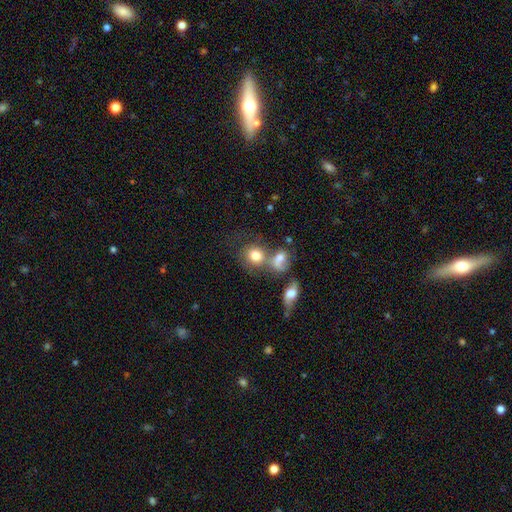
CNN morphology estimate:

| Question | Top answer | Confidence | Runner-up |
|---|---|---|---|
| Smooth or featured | smooth | 74% | featured or disk (16%) |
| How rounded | round | 68% | in between (31%) |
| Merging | merger | 47% | none (33%) |